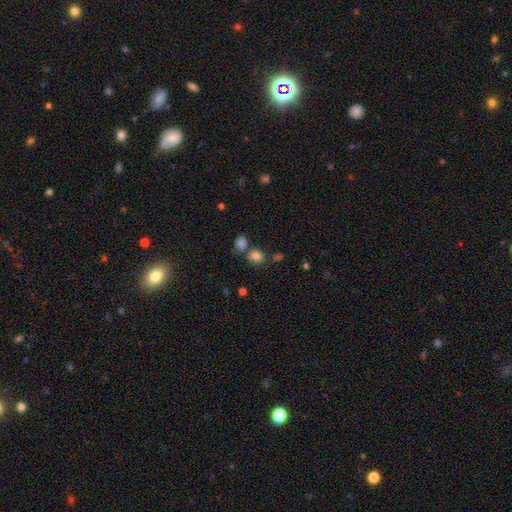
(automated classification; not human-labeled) Overall: smooth (82%). How rounded: round (59%; in between 40%). Merging: none (60%; merger 24%).